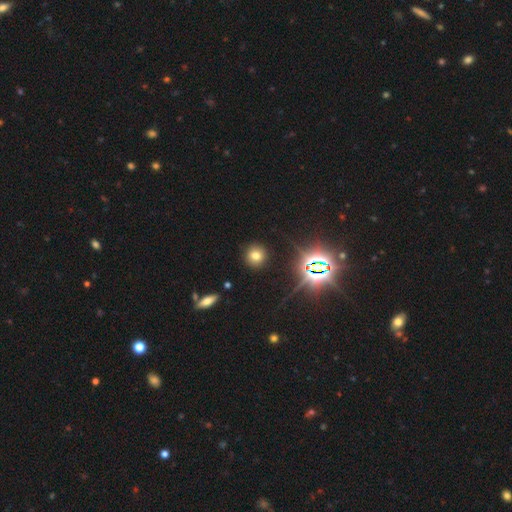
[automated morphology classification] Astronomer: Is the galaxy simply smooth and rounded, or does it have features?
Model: smooth — 69%.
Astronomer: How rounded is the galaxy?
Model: round — 88%.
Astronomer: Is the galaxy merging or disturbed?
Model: none — 89%.